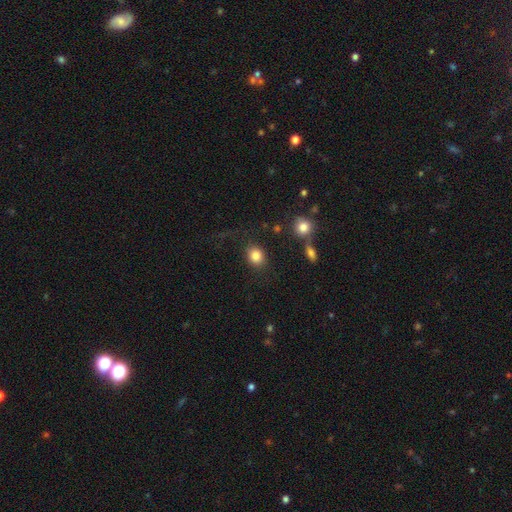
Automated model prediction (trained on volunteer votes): A smooth galaxy with no disk features (83%) that is round (61%). Merging: none (80%).